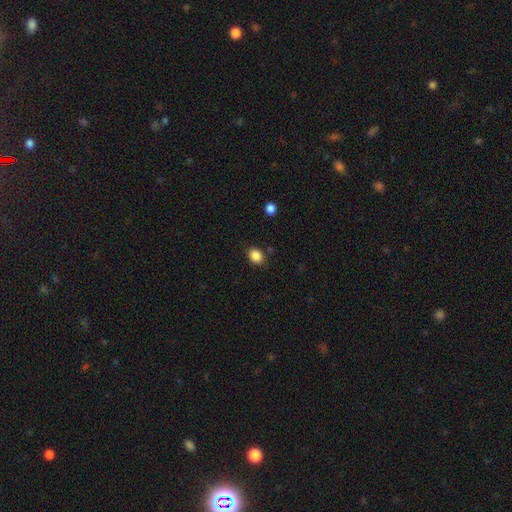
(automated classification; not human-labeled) Smooth or featured? smooth (87%)
How rounded? in between (54%)
Merging? none (84%)